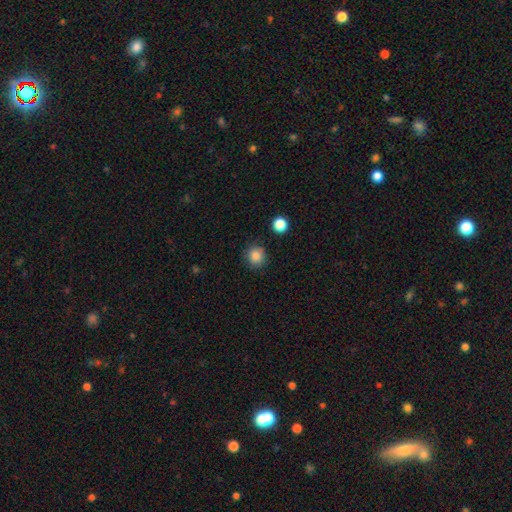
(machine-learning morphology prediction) A smooth galaxy with no disk features (85%) that is round (92%).

Vote fractions:
- Smooth or featured? smooth: 85% / star or artifact: 11% / featured or disk: 4%
- How rounded? round: 92% / in between: 7% / cigar-shaped: 1%
- Merging? none: 86% / minor disturbance: 9% / major disturbance: 2% / merger: 2%